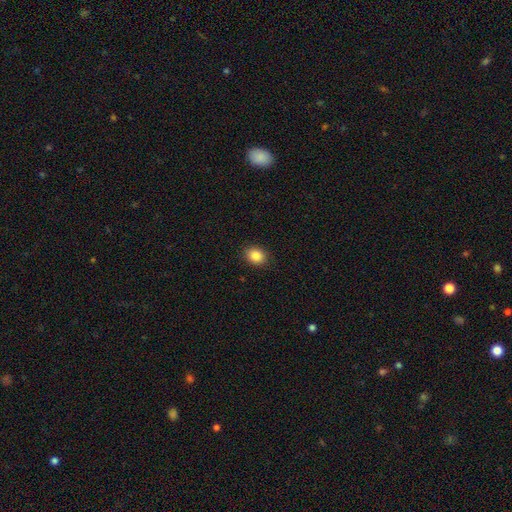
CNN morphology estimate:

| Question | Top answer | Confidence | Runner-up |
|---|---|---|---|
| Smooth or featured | smooth | 86% | star or artifact (9%) |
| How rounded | in between | 55% | round (44%) |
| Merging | none | 89% | minor disturbance (8%) |